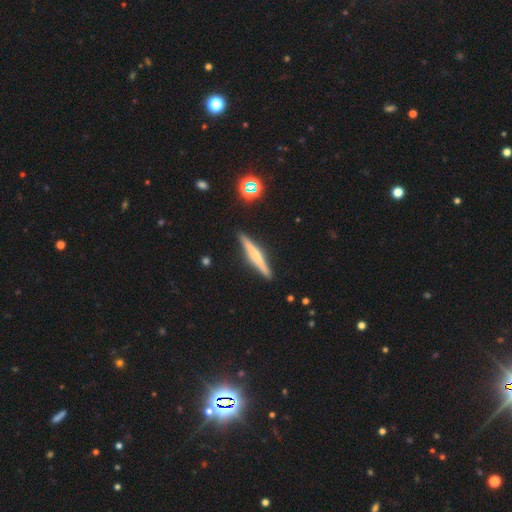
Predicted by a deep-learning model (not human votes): Smooth or featured?
  - featured or disk: 58% *
  - smooth: 35%
  - star or artifact: 7%
Edge-on disk?
  - yes: 97% *
  - no: 3%
Edge-on bulge?
  - rounded: 51% *
  - none: 35%
  - boxy: 15%
Merging?
  - none: 90% *
  - minor disturbance: 7%
  - merger: 1%
  - major disturbance: 1%